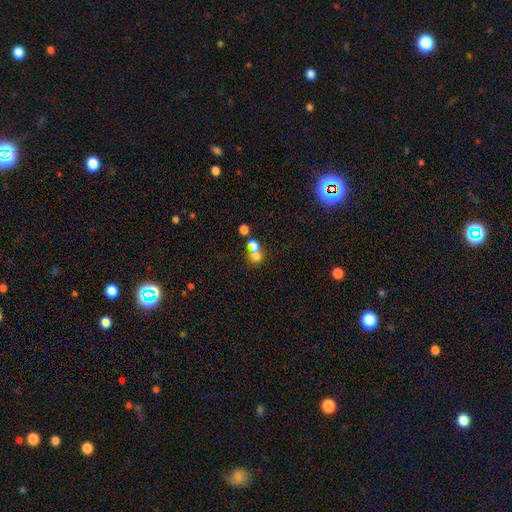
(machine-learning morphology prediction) The model was most divided on "merging": merger: 56%, none: 33%, minor disturbance: 6%, major disturbance: 5%. More confident: how rounded — round (70%); smooth or featured — smooth (65%).